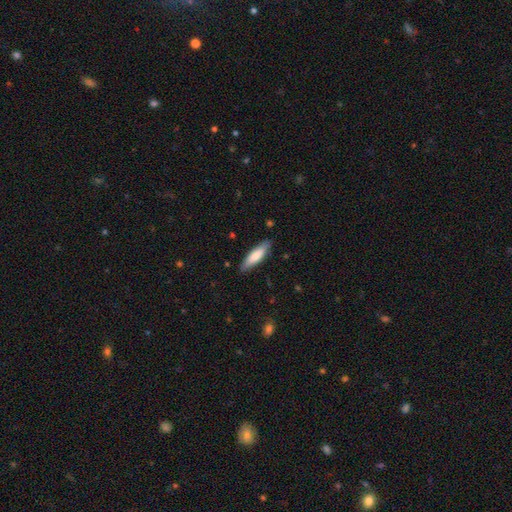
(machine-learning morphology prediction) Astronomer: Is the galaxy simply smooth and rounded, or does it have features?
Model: smooth — 76%.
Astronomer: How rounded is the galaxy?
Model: cigar-shaped — 63%.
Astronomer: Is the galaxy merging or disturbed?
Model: none — 85%.